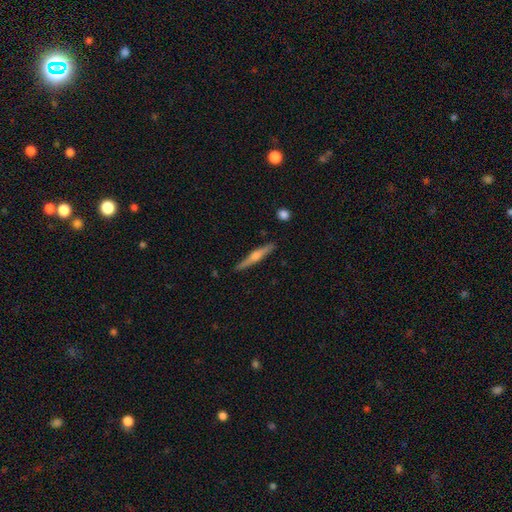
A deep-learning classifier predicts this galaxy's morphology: smooth-or-featured: featured or disk: 67% | smooth: 27% | star or artifact: 6%
  disk-edge-on: yes: 98% | no: 2%
    edge-on-bulge: rounded: 84% | boxy: 9% | none: 7%
  merging: none: 88% | minor disturbance: 8% | major disturbance: 2% | merger: 2%